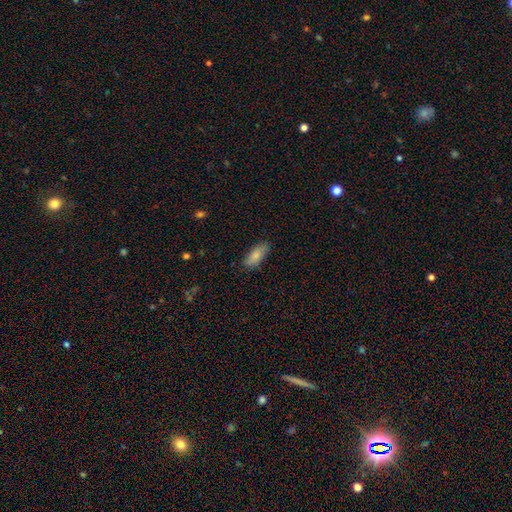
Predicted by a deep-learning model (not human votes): Overall: smooth (84%). How rounded: in between (82%). Merging: none (83%).